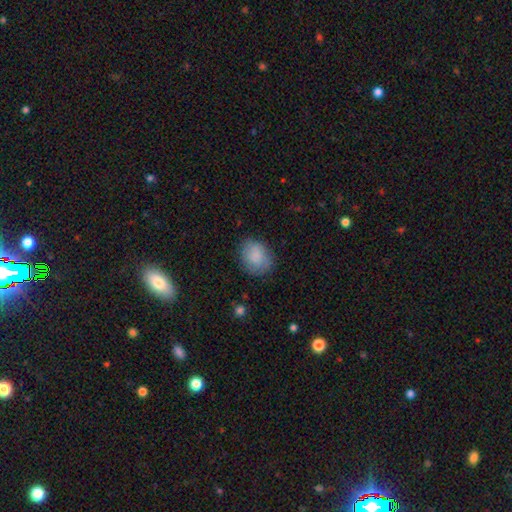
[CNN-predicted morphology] Overall: smooth (85%). How rounded: round (51%; in between 49%). Merging: none (76%).